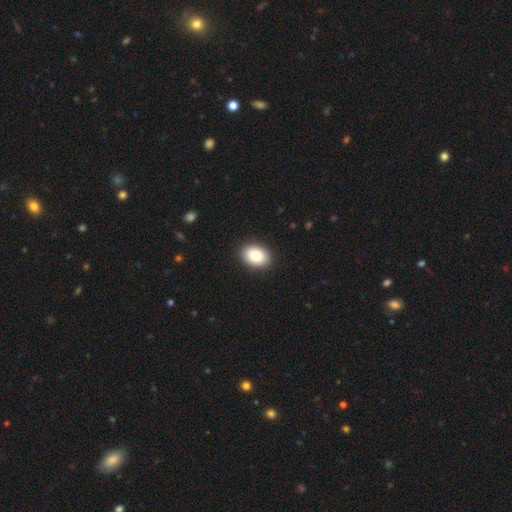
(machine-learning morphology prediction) This appears to be a smooth galaxy with no disk features (87%) that is in between round and cigar-shaped (80%). Merging: none (90%).